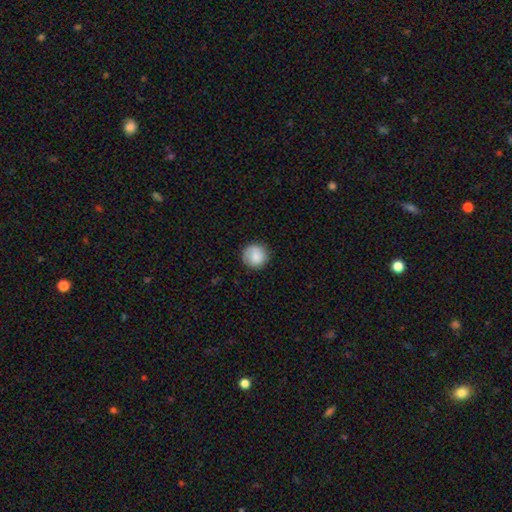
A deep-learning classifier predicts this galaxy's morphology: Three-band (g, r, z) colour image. It shows a smooth galaxy with no disk features (85%) that is round (94%). Merging: none (84%).